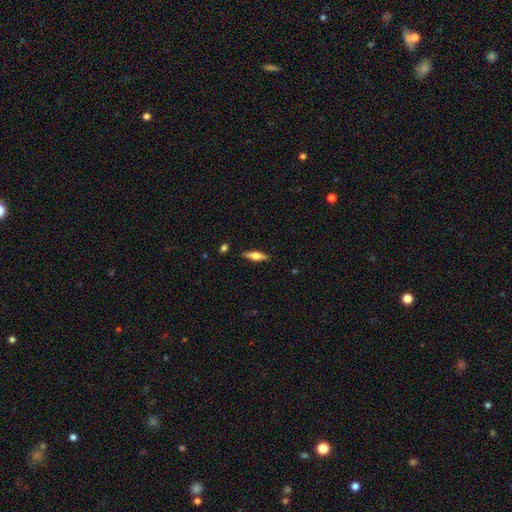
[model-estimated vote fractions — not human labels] Smooth or featured?
  - smooth: 52% *
  - featured or disk: 42%
  - star or artifact: 6%
How rounded?
  - cigar-shaped: 56% *
  - in between: 41%
  - round: 2%
Merging?
  - none: 88% *
  - minor disturbance: 9%
  - major disturbance: 2%
  - merger: 2%